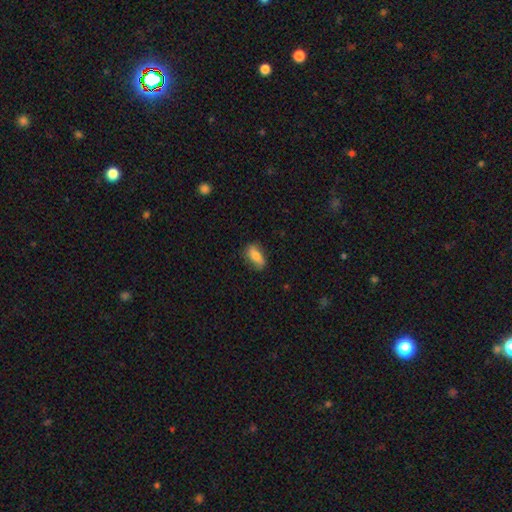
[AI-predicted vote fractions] smooth_or_featured: smooth (p=0.75) [alt: featured or disk p=0.18]
how_rounded: in between (p=0.79) [alt: cigar-shaped p=0.16]
merging: none (p=0.75) [alt: minor disturbance p=0.19]